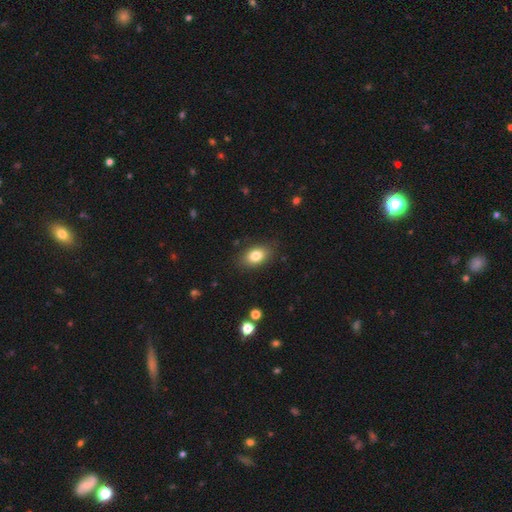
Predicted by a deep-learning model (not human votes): Overall: smooth (81%). How rounded: in between (84%). Merging: none (84%).